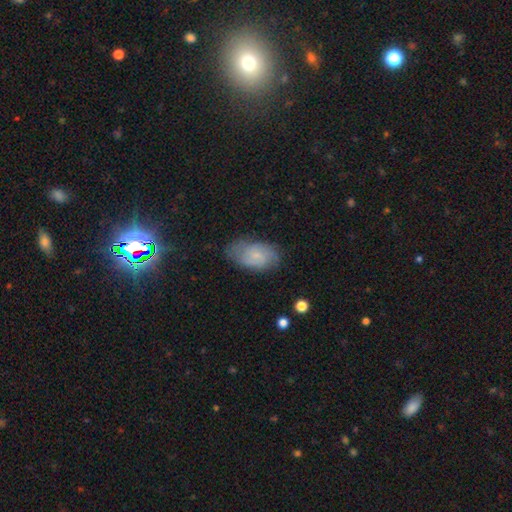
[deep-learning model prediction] Smooth or featured? Predicted: smooth (p=0.46). Merging? Predicted: none (p=0.66).